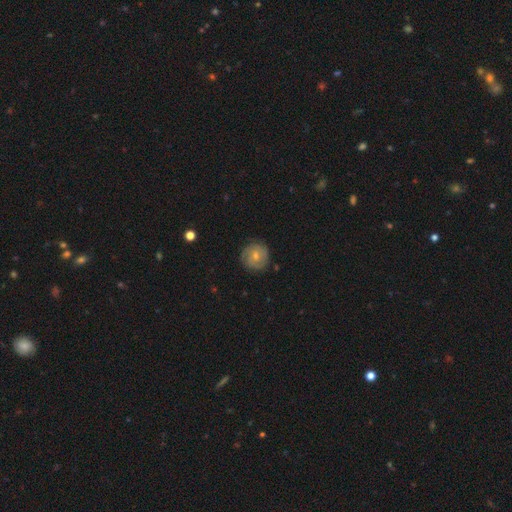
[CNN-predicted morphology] This appears to be a featured or disk galaxy (56%) with no bar (66%), spiral arms (82%) and a small central bulge (58%). Merging: none (82%).